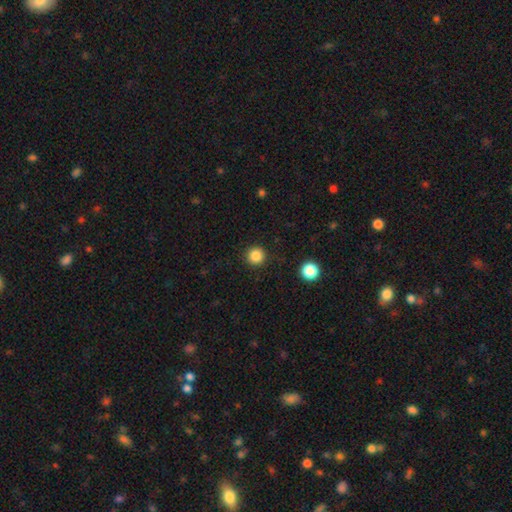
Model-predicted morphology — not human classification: smooth 85%, star or artifact 12%, featured or disk 3%. Down the decision tree: how rounded — round (96%); merging — none (92%).